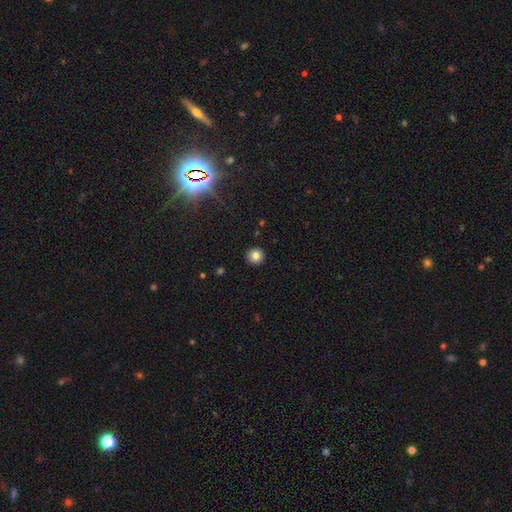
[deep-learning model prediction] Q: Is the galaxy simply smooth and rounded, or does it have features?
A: smooth — 82%.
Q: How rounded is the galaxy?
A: round — 94%.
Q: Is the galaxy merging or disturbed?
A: none — 93%.